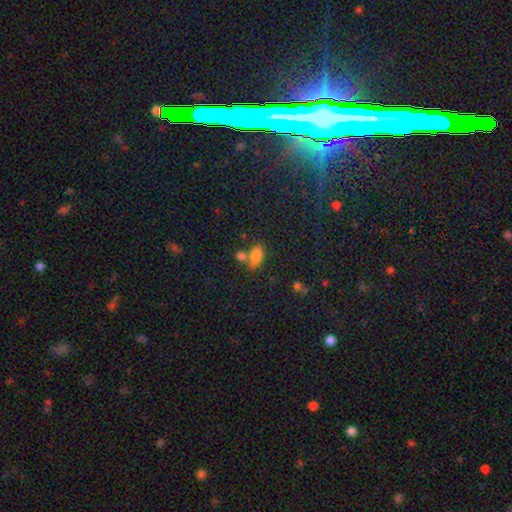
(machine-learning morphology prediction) smooth-or-featured: smooth: 77% | star or artifact: 12% | featured or disk: 11%
  how-rounded: in between: 85% | round: 10% | cigar-shaped: 4%
  merging: none: 46% | merger: 35% | minor disturbance: 14% | major disturbance: 5%